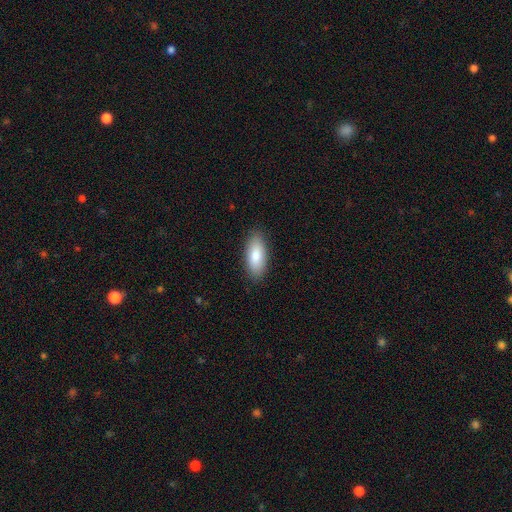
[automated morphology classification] This is clearly a smooth galaxy (84%). How rounded: clearly in between (82%). Merging: clearly none (88%).